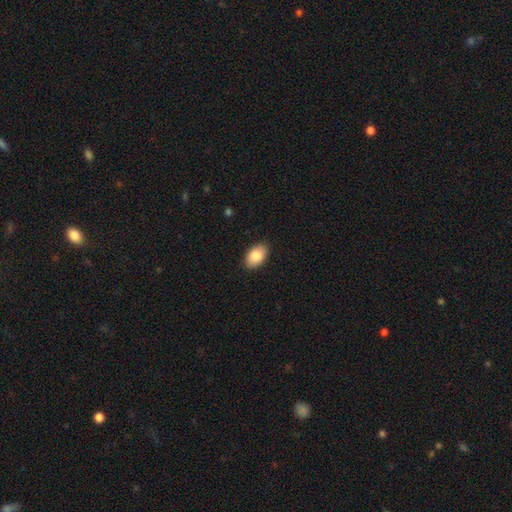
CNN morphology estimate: smooth-or-featured: smooth: 87% | featured or disk: 6% | star or artifact: 6%
  how-rounded: in between: 92% | round: 7% | cigar-shaped: 1%
  merging: none: 89% | minor disturbance: 9% | major disturbance: 2% | merger: 1%